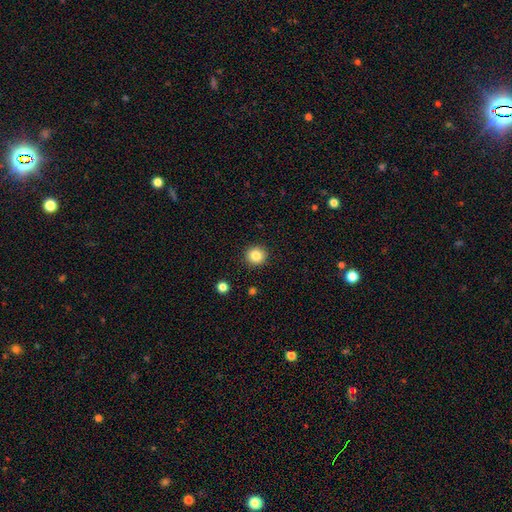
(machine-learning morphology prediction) Smooth or featured: smooth — 84% (star or artifact — 10%)
How rounded: round — 93% (in between — 6%)
Merging: none — 92% (minor disturbance — 5%)